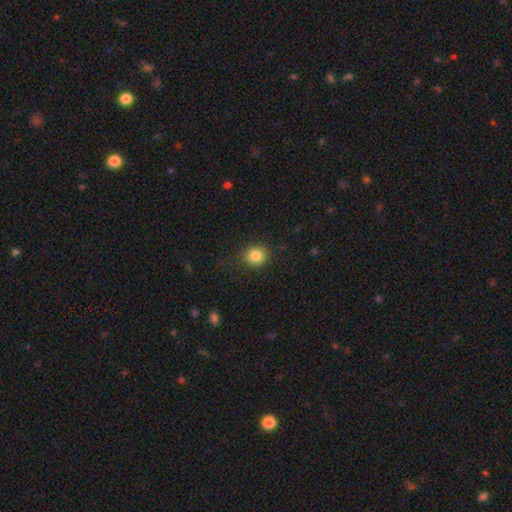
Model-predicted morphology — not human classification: Q: Smooth or featured?
A: smooth (84%); runner-up: star or artifact (11%)
Q: How rounded?
A: round (83%); runner-up: in between (17%)
Q: Merging?
A: none (86%); runner-up: minor disturbance (10%)